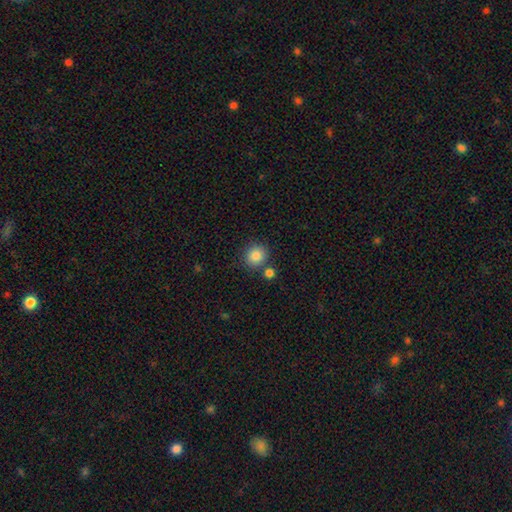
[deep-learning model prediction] smooth-or-featured: smooth: 86% | star or artifact: 9% | featured or disk: 5%
  how-rounded: round: 85% | in between: 14% | cigar-shaped: 1%
  merging: none: 77% | merger: 11% | minor disturbance: 9% | major disturbance: 3%